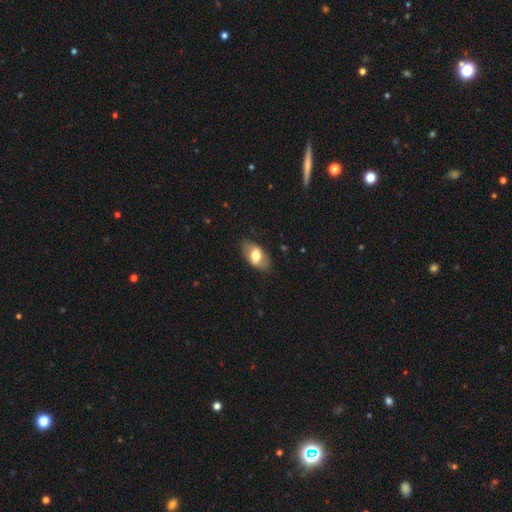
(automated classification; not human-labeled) Smooth or featured?
  - smooth: 65% *
  - featured or disk: 28%
  - star or artifact: 6%
How rounded?
  - in between: 92% *
  - round: 6%
  - cigar-shaped: 3%
Merging?
  - none: 81% *
  - minor disturbance: 14%
  - major disturbance: 4%
  - merger: 1%